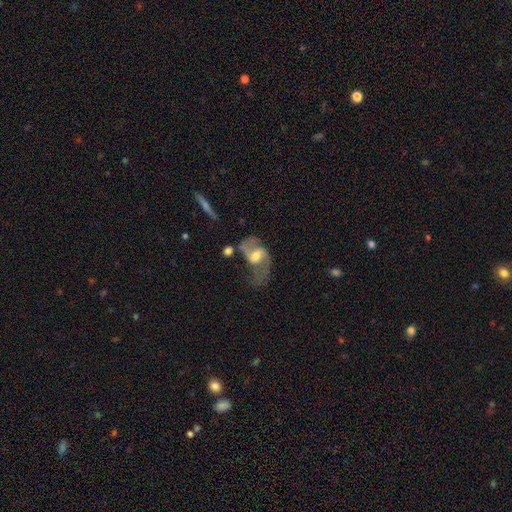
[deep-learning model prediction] Morphology: type=featured or disk (76%); edge-on=no (96%); bar=weak (50%); spiral arms=yes (87%); winding=loose (58%); arm count=2 (82%); bulge=moderate (63%); merging=none (36%).